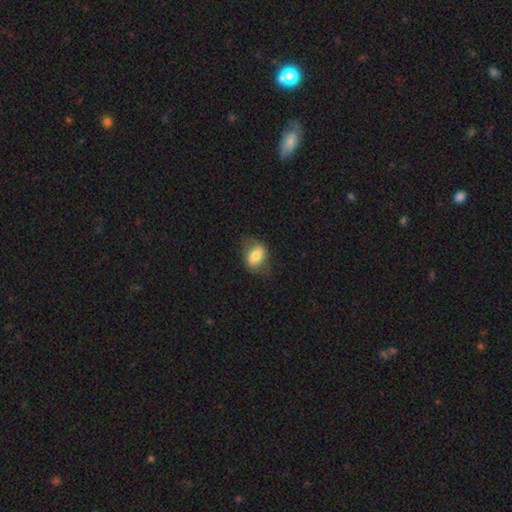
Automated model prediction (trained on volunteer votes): Smooth or featured? smooth (71%)
How rounded? in between (79%)
Merging? none (66%)